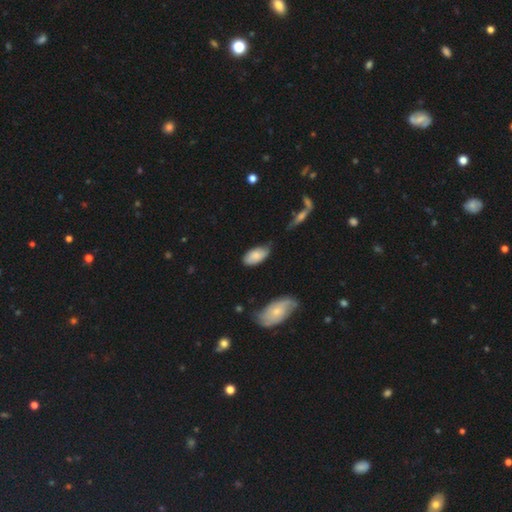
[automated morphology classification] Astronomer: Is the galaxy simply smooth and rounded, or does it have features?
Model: smooth — 79%.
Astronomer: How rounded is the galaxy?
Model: in between — 93%.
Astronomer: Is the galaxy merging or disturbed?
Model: none — 59%.